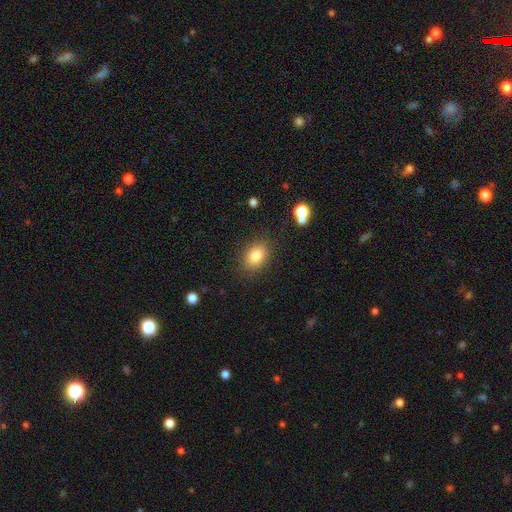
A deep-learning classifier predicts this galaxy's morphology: type=smooth (83%); roundness=in between (72%); merging=none (83%).